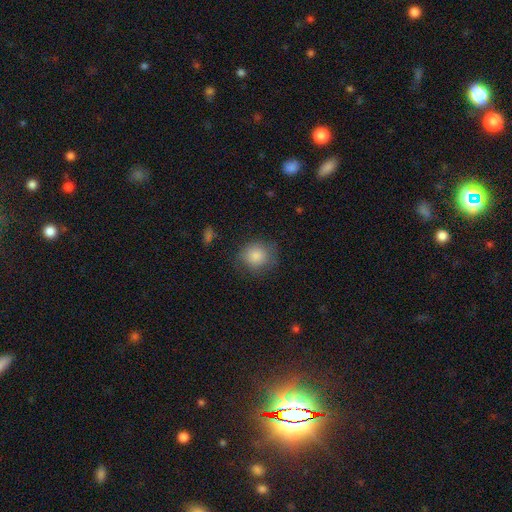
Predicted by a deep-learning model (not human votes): Smooth or featured?
  - smooth: 85% *
  - star or artifact: 9%
  - featured or disk: 7%
How rounded?
  - round: 84% *
  - in between: 15%
  - cigar-shaped: 1%
Merging?
  - none: 76% *
  - minor disturbance: 17%
  - major disturbance: 5%
  - merger: 1%